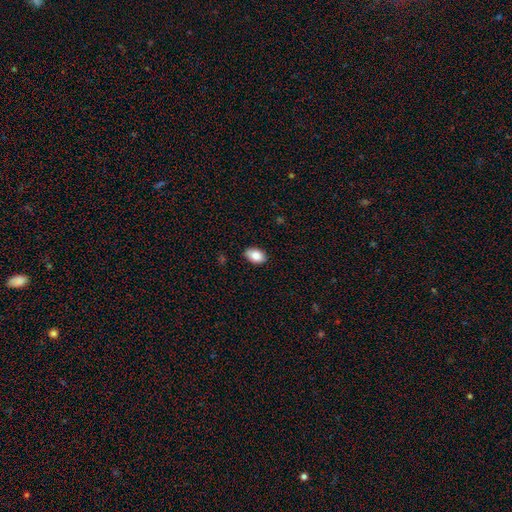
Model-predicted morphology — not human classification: Smooth or featured?
  - smooth: 86% *
  - star or artifact: 7%
  - featured or disk: 6%
How rounded?
  - in between: 88% *
  - round: 10%
  - cigar-shaped: 1%
Merging?
  - none: 85% *
  - minor disturbance: 12%
  - major disturbance: 2%
  - merger: 1%